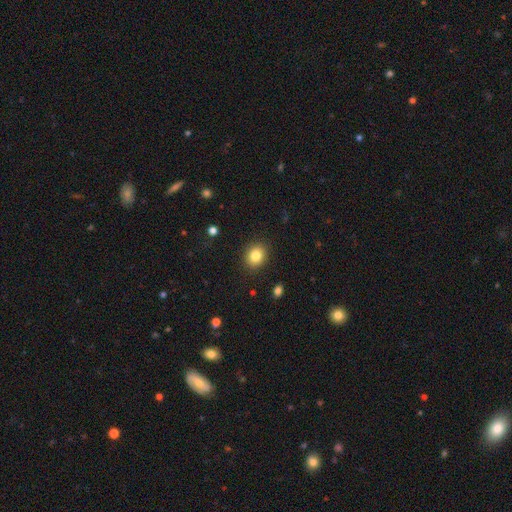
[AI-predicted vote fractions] A smooth galaxy with no disk features (83%) that is round (61%).

Vote fractions:
- Smooth or featured? smooth: 83% / star or artifact: 10% / featured or disk: 7%
- How rounded? round: 61% / in between: 38% / cigar-shaped: 1%
- Merging? none: 89% / minor disturbance: 7% / major disturbance: 2% / merger: 1%